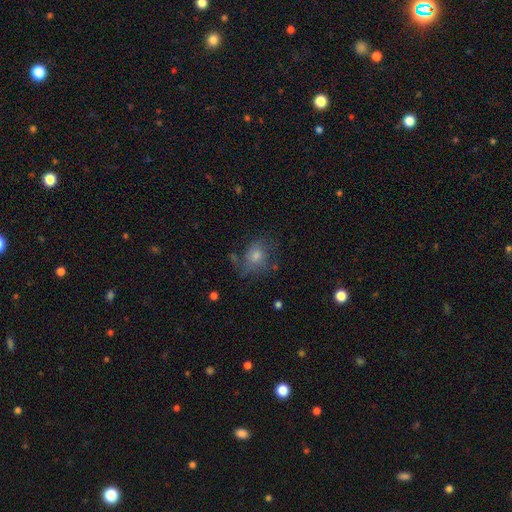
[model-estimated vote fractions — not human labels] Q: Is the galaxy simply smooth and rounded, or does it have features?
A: smooth — 52%.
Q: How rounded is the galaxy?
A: round — 57%.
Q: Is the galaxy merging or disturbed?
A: none — 60%.